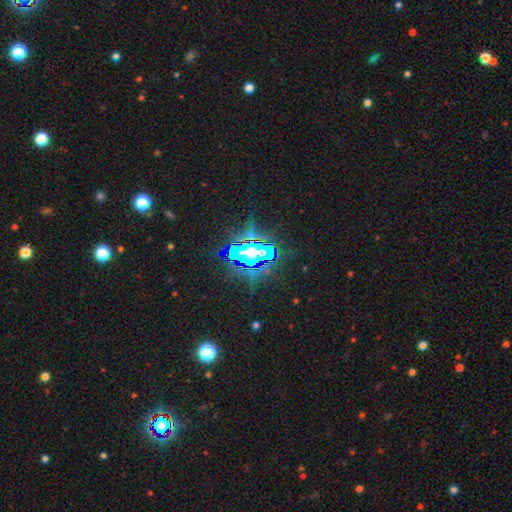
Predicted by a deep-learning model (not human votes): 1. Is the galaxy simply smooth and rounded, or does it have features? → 80% star or artifact, 11% smooth, 9% featured or disk.